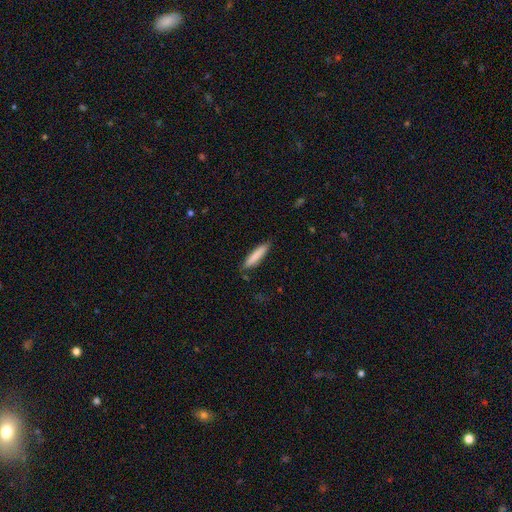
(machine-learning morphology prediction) Q: Smooth or featured?
A: smooth (82%); runner-up: featured or disk (12%)
Q: How rounded?
A: cigar-shaped (87%); runner-up: in between (12%)
Q: Merging?
A: none (85%); runner-up: minor disturbance (11%)